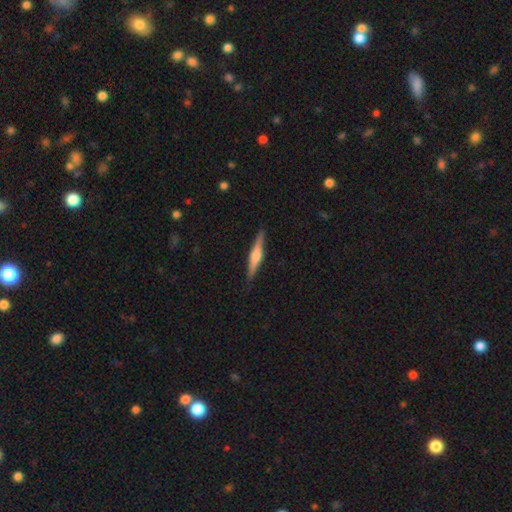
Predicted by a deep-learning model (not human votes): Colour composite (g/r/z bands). It shows a featured or disk galaxy (60%) viewed edge-on (97%) with a rounded central bulge (80%). Merging: none (89%).